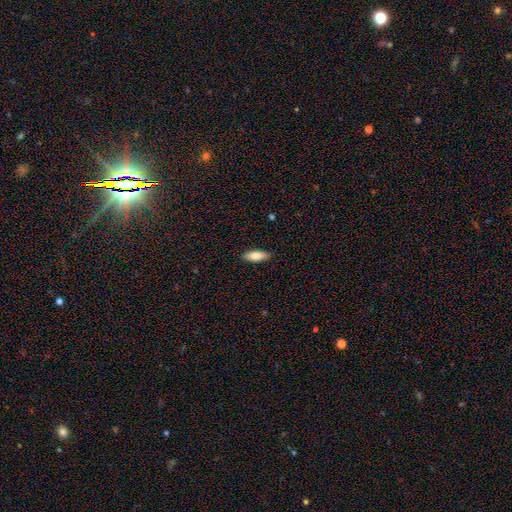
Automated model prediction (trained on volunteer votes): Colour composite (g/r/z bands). It shows a smooth galaxy with no disk features (79%) that is in between round and cigar-shaped (64%). Merging: none (89%).